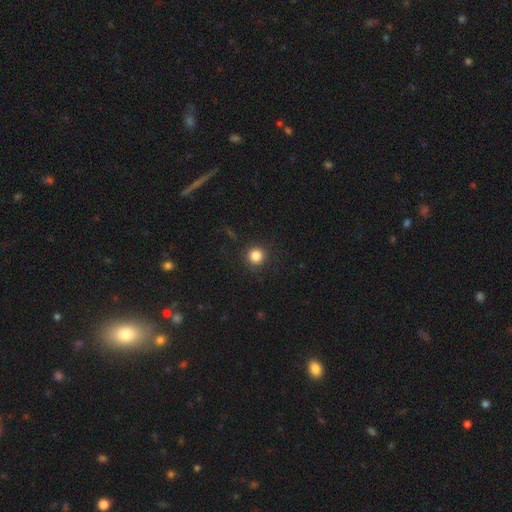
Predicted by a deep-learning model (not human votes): smooth 84%, star or artifact 12%, featured or disk 4%. Down the decision tree: how rounded — round (94%); merging — none (91%).